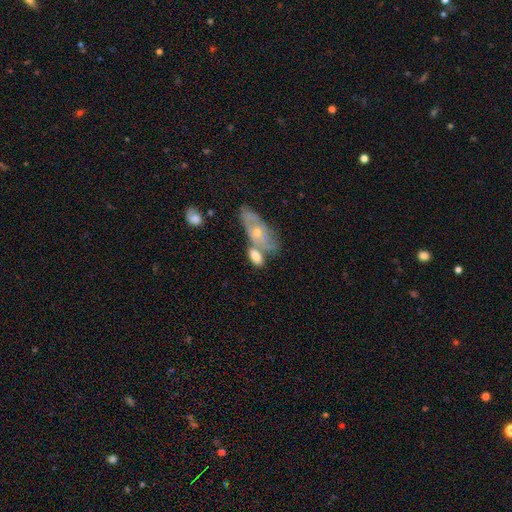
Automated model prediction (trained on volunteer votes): A smooth galaxy with no disk features (63%) that is in between round and cigar-shaped (85%). Merging: merger (43%).